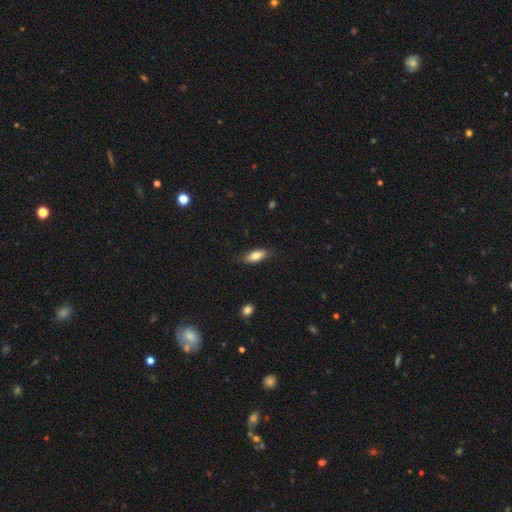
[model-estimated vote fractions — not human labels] The model was most divided on "merging": none: 79%, minor disturbance: 17%, major disturbance: 4%, merger: 1%. More confident: smooth or featured — smooth (80%); how rounded — in between (80%).